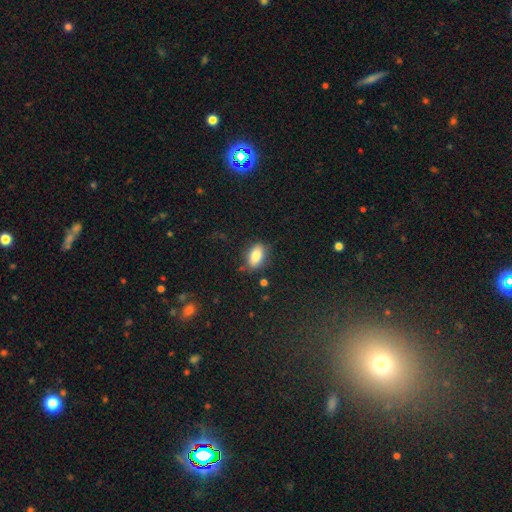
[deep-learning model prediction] Smooth or featured? smooth (82%)
How rounded? in between (88%)
Merging? none (78%)